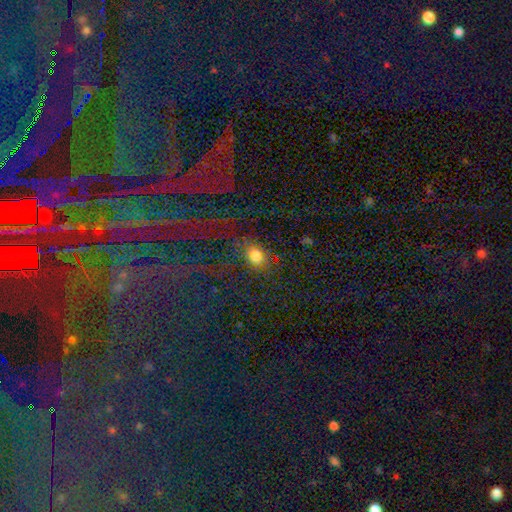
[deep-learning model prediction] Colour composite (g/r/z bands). It shows a smooth galaxy with no disk features (66%) that is round (49%). Merging: none (79%).